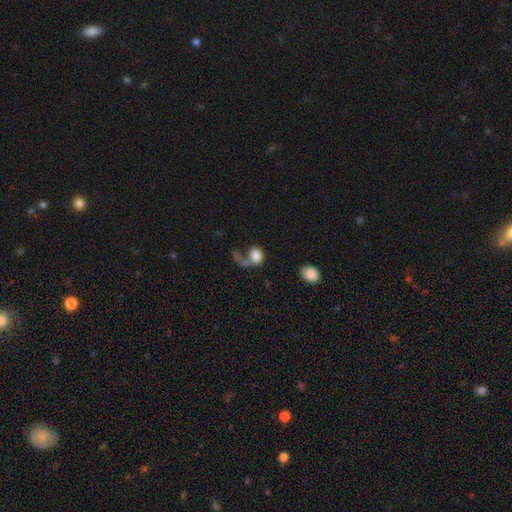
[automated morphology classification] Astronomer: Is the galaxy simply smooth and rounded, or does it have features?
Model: smooth — 77%.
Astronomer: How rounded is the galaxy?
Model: in between — 57% (runner-up: round, 41%).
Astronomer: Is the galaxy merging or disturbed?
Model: merger — 32% (runner-up: none, 28%).